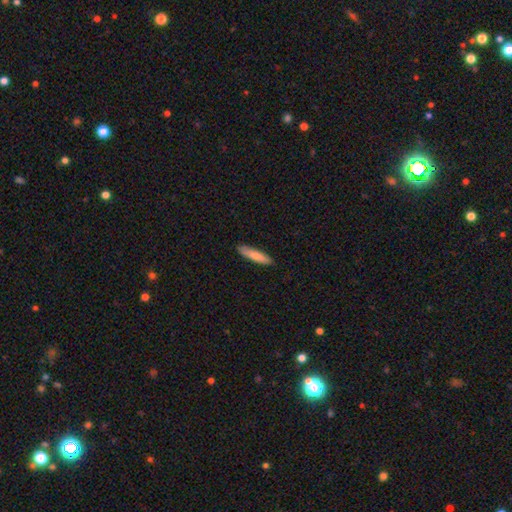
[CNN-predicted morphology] Smooth or featured?
  - smooth: 83% *
  - featured or disk: 12%
  - star or artifact: 5%
How rounded?
  - cigar-shaped: 84% *
  - in between: 15%
  - round: 1%
Merging?
  - none: 89% *
  - minor disturbance: 8%
  - major disturbance: 2%
  - merger: 1%